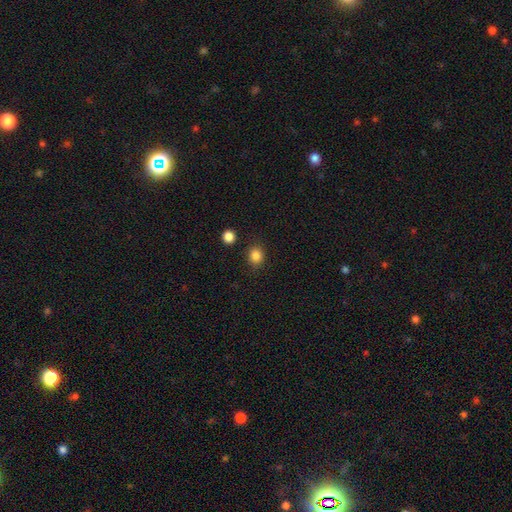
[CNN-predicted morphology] Smooth or featured: smooth — 85% (star or artifact — 11%)
How rounded: round — 72% (in between — 27%)
Merging: none — 86% (minor disturbance — 8%)